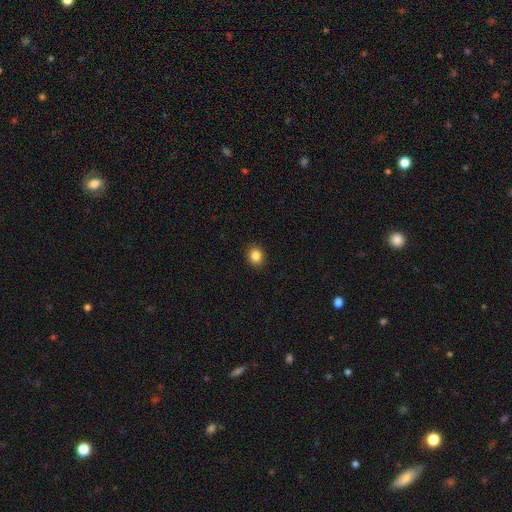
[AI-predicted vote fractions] This appears to be a smooth galaxy with no disk features (85%) that is round (71%). Merging: none (91%).